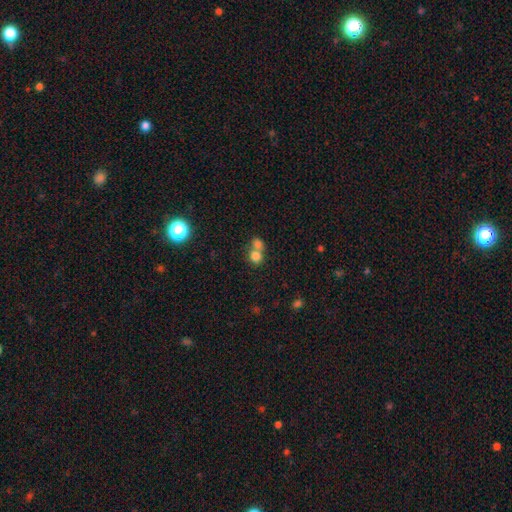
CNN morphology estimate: Smooth or featured: smooth — 78% (star or artifact — 12%)
How rounded: round — 82% (in between — 17%)
Merging: merger — 58% (none — 35%)